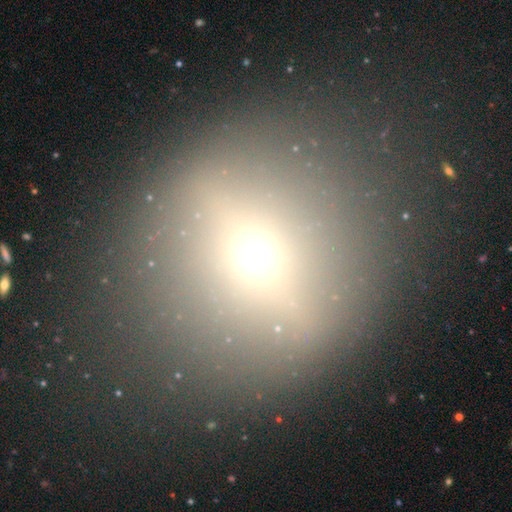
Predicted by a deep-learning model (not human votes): A smooth galaxy with no disk features (55%) that is round (76%).

Vote fractions:
- Smooth or featured? smooth: 55% / star or artifact: 22% / featured or disk: 22%
- How rounded? round: 76% / in between: 21% / cigar-shaped: 3%
- Merging? none: 82% / minor disturbance: 11% / major disturbance: 5% / merger: 2%